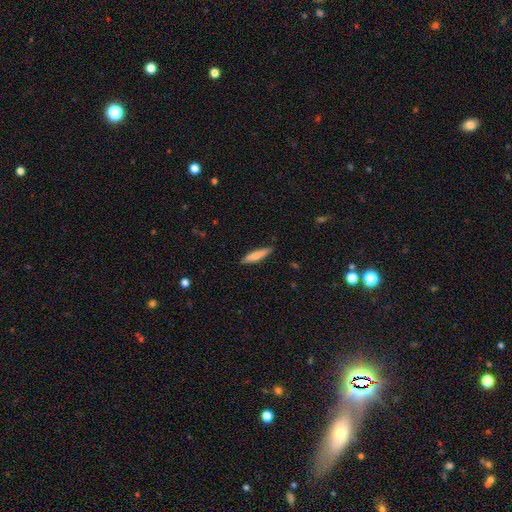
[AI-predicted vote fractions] Morphology: type=smooth (76%); roundness=cigar-shaped (84%); merging=none (85%).